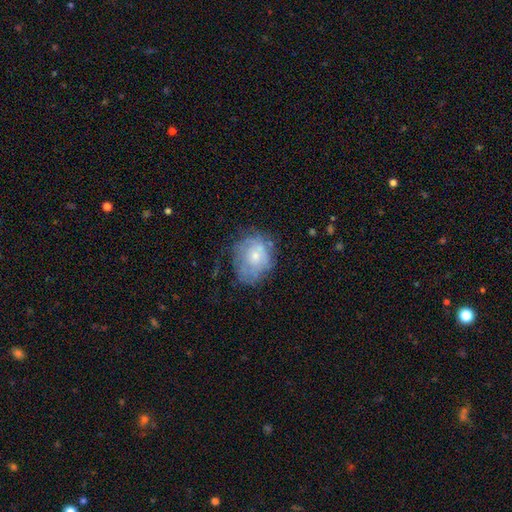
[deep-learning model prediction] A featured or disk galaxy (50%).

Vote fractions:
- Smooth or featured? featured or disk: 50% / smooth: 41% / star or artifact: 10%
- Merging? none: 59% / minor disturbance: 24% / major disturbance: 14% / merger: 3%